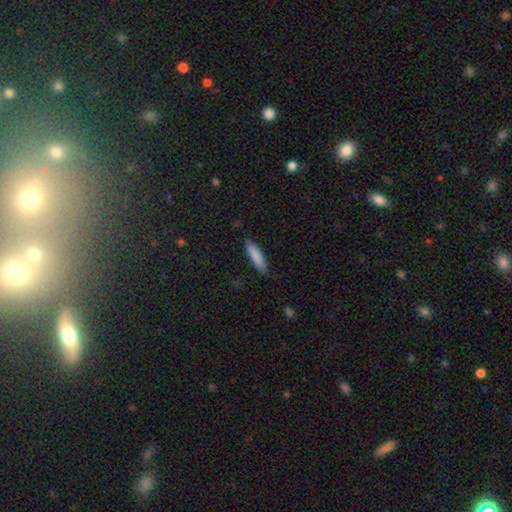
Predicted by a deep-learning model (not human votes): A smooth galaxy with no disk features (86%) that is cigar-shaped (75%).

Vote fractions:
- Smooth or featured? smooth: 86% / featured or disk: 8% / star or artifact: 6%
- How rounded? cigar-shaped: 75% / in between: 24% / round: 1%
- Merging? none: 86% / minor disturbance: 10% / major disturbance: 2% / merger: 1%